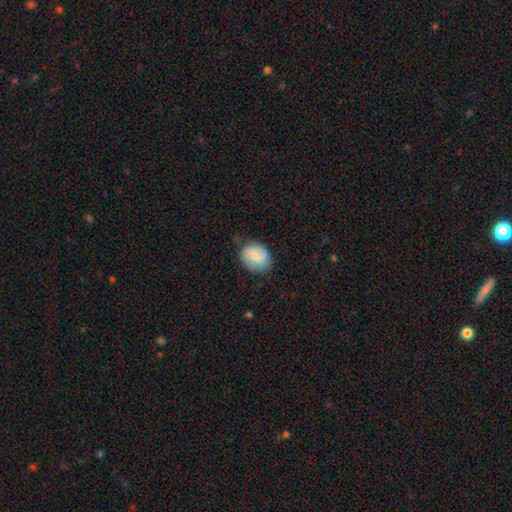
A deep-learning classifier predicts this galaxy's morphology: Smooth or featured?
  - smooth: 68% *
  - featured or disk: 25%
  - star or artifact: 7%
How rounded?
  - in between: 58% *
  - round: 41%
  - cigar-shaped: 1%
Merging?
  - none: 65% *
  - minor disturbance: 27%
  - major disturbance: 7%
  - merger: 1%